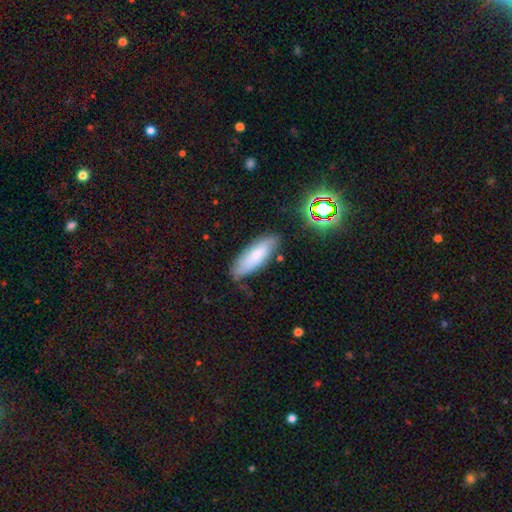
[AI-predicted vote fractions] smooth-or-featured: smooth: 66% | featured or disk: 25% | star or artifact: 9%
  how-rounded: in between: 62% | cigar-shaped: 36% | round: 2%
  merging: none: 73% | minor disturbance: 20% | major disturbance: 4% | merger: 3%